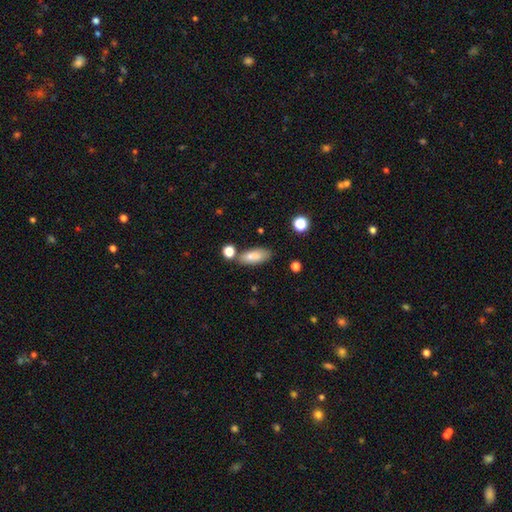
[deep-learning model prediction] Overall: smooth (81%). How rounded: in between (77%). Merging: none (71%).